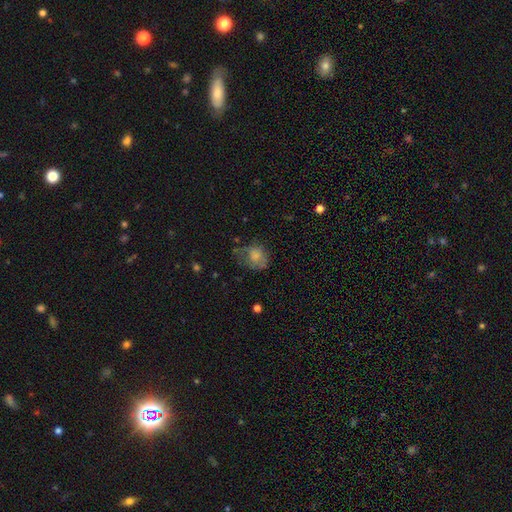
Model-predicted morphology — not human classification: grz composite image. It shows a smooth galaxy with no disk features (72%) that is round (60%). Merging: none (39%).